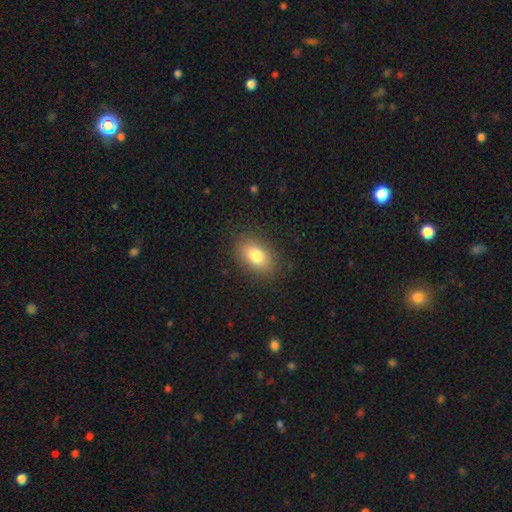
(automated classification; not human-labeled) smooth_or_featured: smooth (p=0.82) [alt: featured or disk p=0.09]
how_rounded: in between (p=0.85) [alt: round p=0.14]
merging: none (p=0.85) [alt: minor disturbance p=0.10]